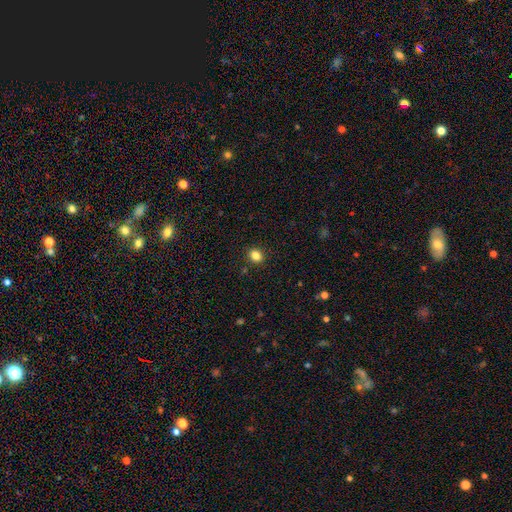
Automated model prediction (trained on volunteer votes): Smooth or featured?
  - smooth: 84% *
  - star or artifact: 11%
  - featured or disk: 4%
How rounded?
  - round: 57% *
  - in between: 42%
  - cigar-shaped: 1%
Merging?
  - none: 90% *
  - minor disturbance: 7%
  - major disturbance: 2%
  - merger: 1%